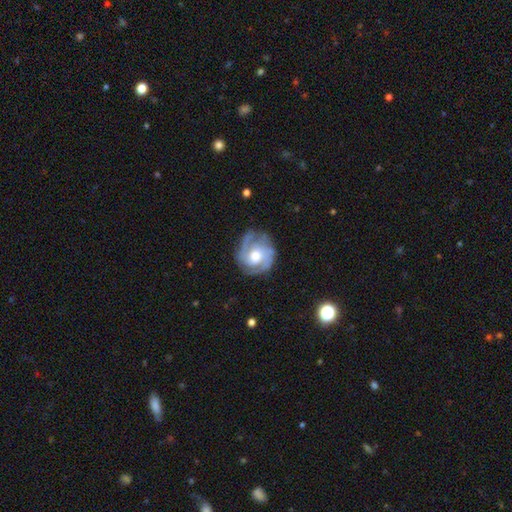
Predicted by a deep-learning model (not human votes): Morphology: type=featured or disk (84%); edge-on=no (98%); bar=no (64%); spiral arms=yes (95%); winding=tight (50%); arm count=2 (50%); bulge=moderate (60%); merging=none (74%).